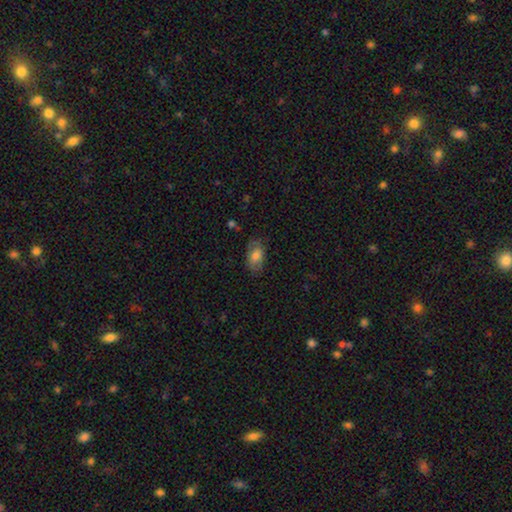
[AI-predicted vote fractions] Smooth or featured?
  - smooth: 73% *
  - featured or disk: 19%
  - star or artifact: 8%
How rounded?
  - in between: 91% *
  - round: 7%
  - cigar-shaped: 2%
Merging?
  - none: 71% *
  - minor disturbance: 21%
  - major disturbance: 7%
  - merger: 1%